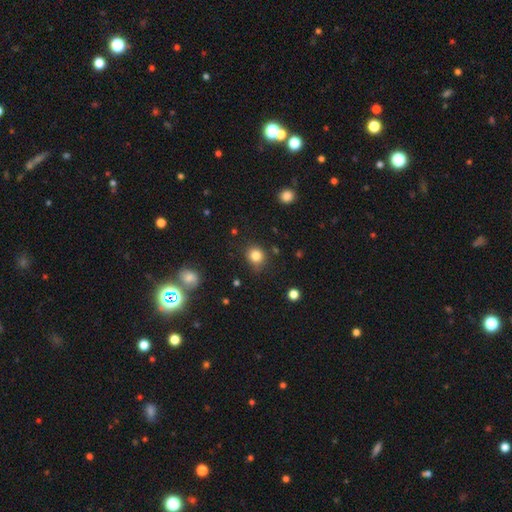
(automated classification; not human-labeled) Smooth or featured? smooth (82%)
How rounded? round (82%)
Merging? none (80%)